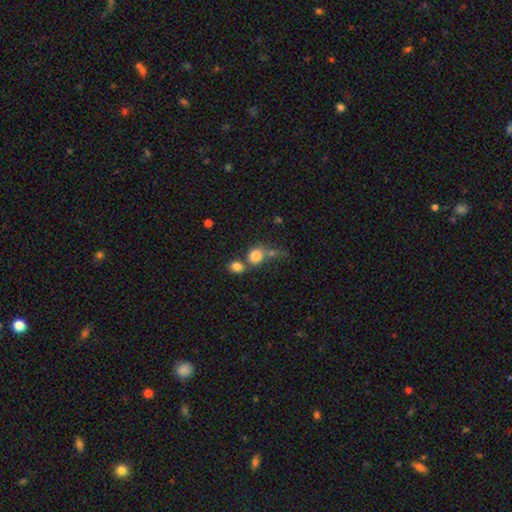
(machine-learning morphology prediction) smooth 80%, star or artifact 11%, featured or disk 8%. Down the decision tree: how rounded — round (72%); merging — none (44%).